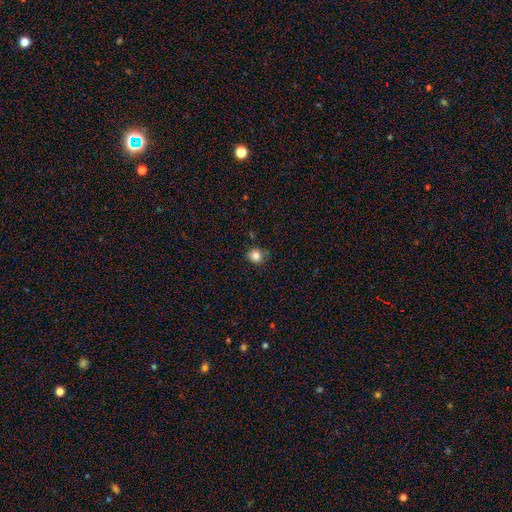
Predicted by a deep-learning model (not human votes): Smooth or featured: smooth — 84% (star or artifact — 11%)
How rounded: round — 86% (in between — 13%)
Merging: none — 84% (minor disturbance — 12%)